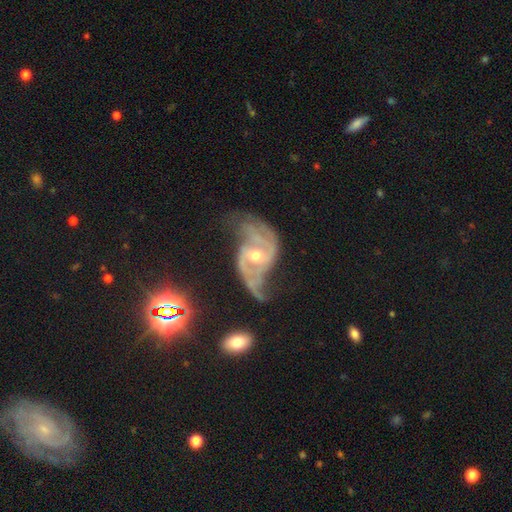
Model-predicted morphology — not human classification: This is clearly a featured or disk galaxy (88%). It is clearly not viewed edge-on (97%). Bar: marginally no (41%). Spiral arm pattern: clearly yes (96%). Spiral arm count: likely 2 (74%). Spiral winding: marginally loose (42%). Central bulge: possibly moderate (57%). Merging: possibly none (47%).